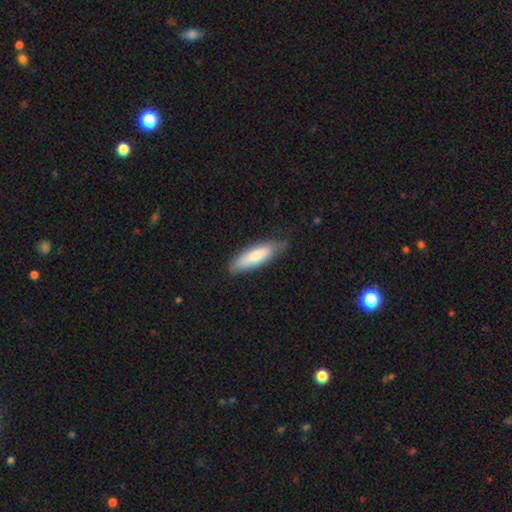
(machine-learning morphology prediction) Smooth or featured: smooth — 76% (featured or disk — 19%)
How rounded: cigar-shaped — 60% (in between — 39%)
Merging: none — 79% (minor disturbance — 17%)